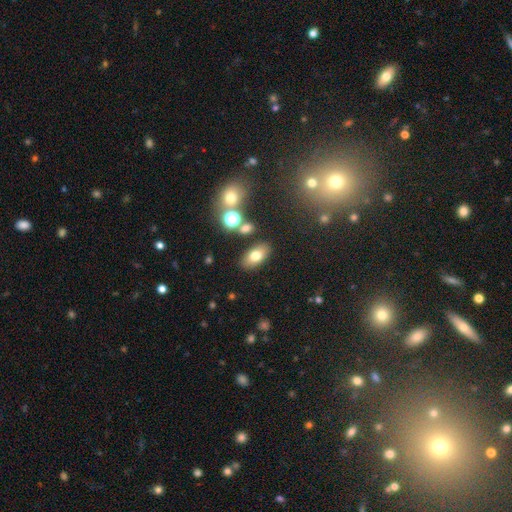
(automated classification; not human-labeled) The model was most divided on "smooth or featured": smooth: 73%, featured or disk: 15%, star or artifact: 12%. More confident: how rounded — in between (89%); merging — none (82%).